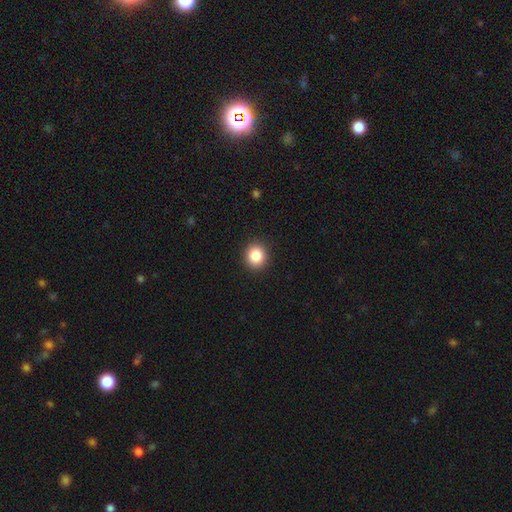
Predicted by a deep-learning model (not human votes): Smooth or featured: smooth — 85% (star or artifact — 10%)
How rounded: round — 86% (in between — 13%)
Merging: none — 92% (minor disturbance — 6%)